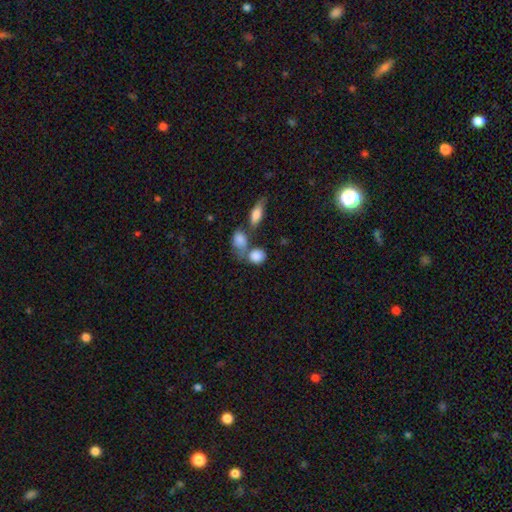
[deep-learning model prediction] Q: Smooth or featured?
A: smooth (84%); runner-up: featured or disk (8%)
Q: How rounded?
A: round (54%); runner-up: in between (43%)
Q: Merging?
A: none (42%); runner-up: merger (40%)